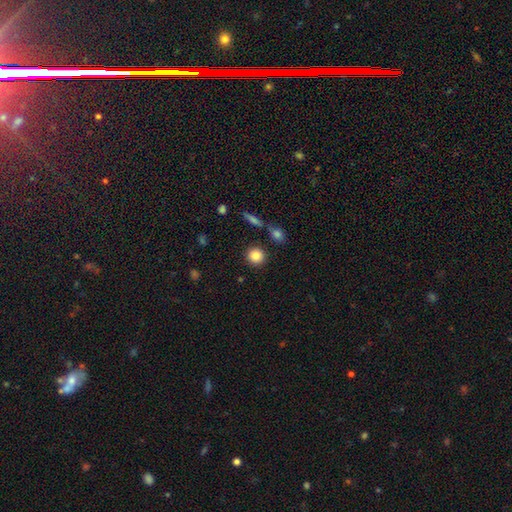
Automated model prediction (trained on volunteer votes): Smooth or featured: smooth — 85% (star or artifact — 9%)
How rounded: round — 89% (in between — 9%)
Merging: none — 85% (minor disturbance — 7%)